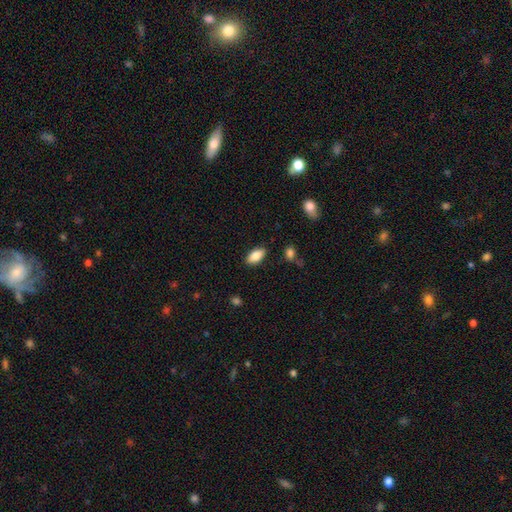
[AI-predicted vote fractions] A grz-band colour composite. It shows a smooth galaxy with no disk features (83%) that is in between round and cigar-shaped (91%). Merging: none (87%).